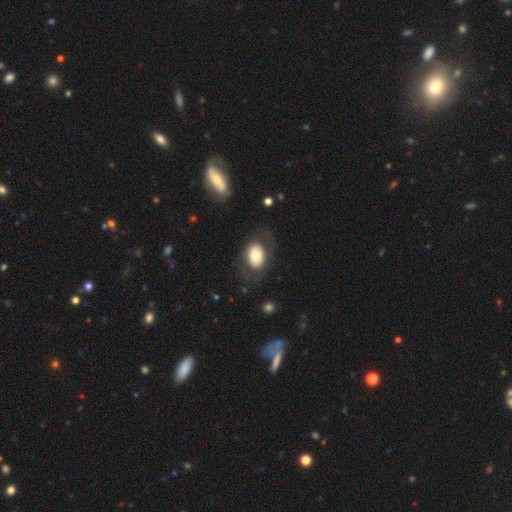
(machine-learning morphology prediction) Smooth or featured? smooth (63%)
How rounded? in between (78%)
Merging? none (74%)